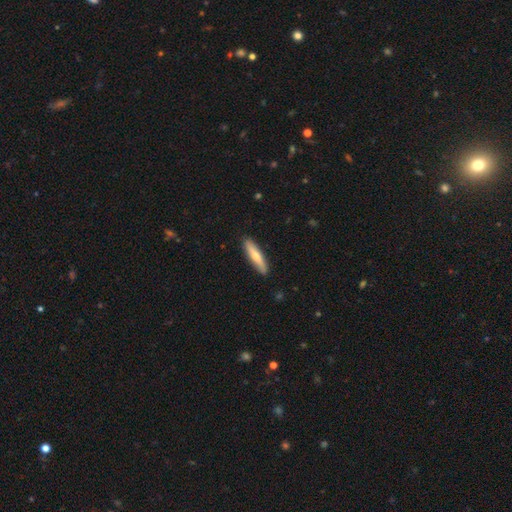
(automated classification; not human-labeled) Overall: smooth (59%; featured or disk 36%). How rounded: cigar-shaped (84%). Merging: none (90%).